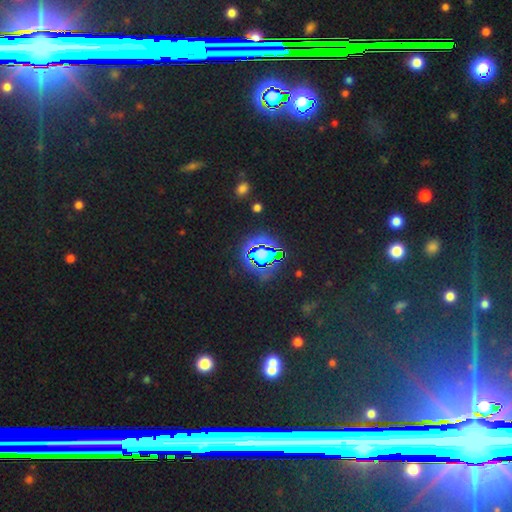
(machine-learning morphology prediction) Smooth or featured: star or artifact — 75% (smooth — 17%)